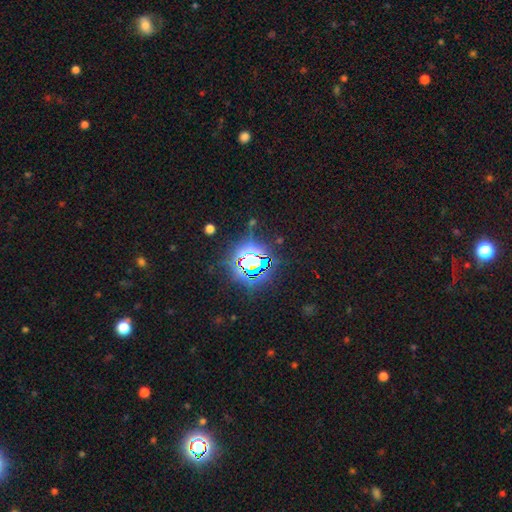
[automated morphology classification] smooth-or-featured: star or artifact: 77% | smooth: 13% | featured or disk: 10%